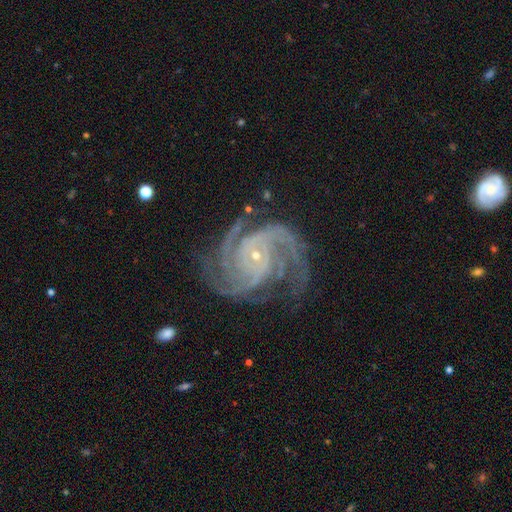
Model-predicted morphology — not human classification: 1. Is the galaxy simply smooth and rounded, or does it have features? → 93% featured or disk, 5% star or artifact, 2% smooth.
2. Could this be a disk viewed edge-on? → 98% no, 2% yes.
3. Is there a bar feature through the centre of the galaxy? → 65% no, 24% weak, 11% strong.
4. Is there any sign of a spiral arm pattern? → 99% yes, 1% no.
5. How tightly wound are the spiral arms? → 59% tight, 37% medium, 4% loose.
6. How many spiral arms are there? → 34% 3, 26% 4, 14% 2, 10% can't tell, 9% more than 4, 7% 1.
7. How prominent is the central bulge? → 86% small, 11% moderate, 2% none, 1% large, 1% dominant.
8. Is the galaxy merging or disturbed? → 72% none, 17% minor disturbance, 9% major disturbance, 2% merger.